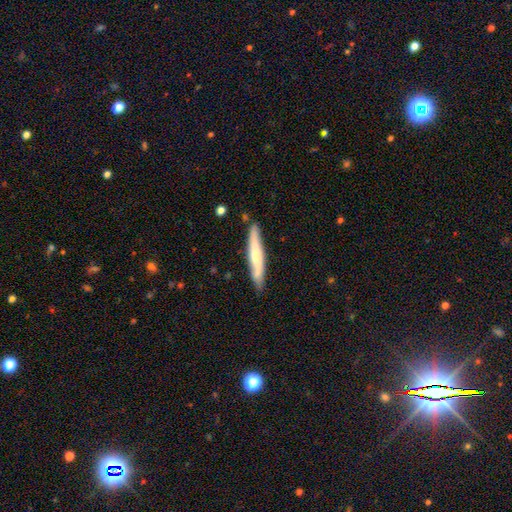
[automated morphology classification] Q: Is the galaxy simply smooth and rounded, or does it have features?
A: smooth — 51%.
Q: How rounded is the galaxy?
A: cigar-shaped — 92%.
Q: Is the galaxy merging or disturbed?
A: none — 84%.